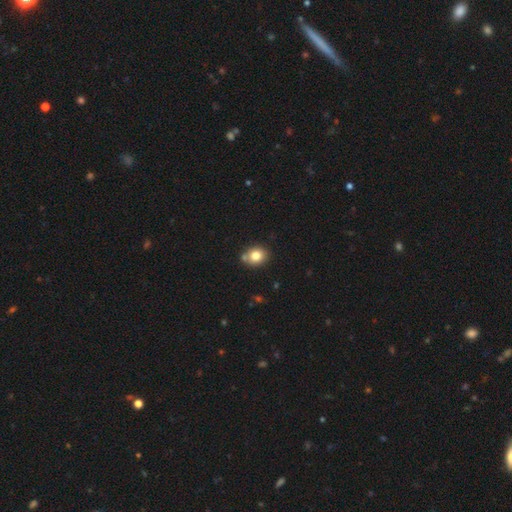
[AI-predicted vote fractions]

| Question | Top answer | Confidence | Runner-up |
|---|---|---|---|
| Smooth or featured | smooth | 79% | star or artifact (10%) |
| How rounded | round | 59% | in between (40%) |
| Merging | none | 72% | minor disturbance (14%) |